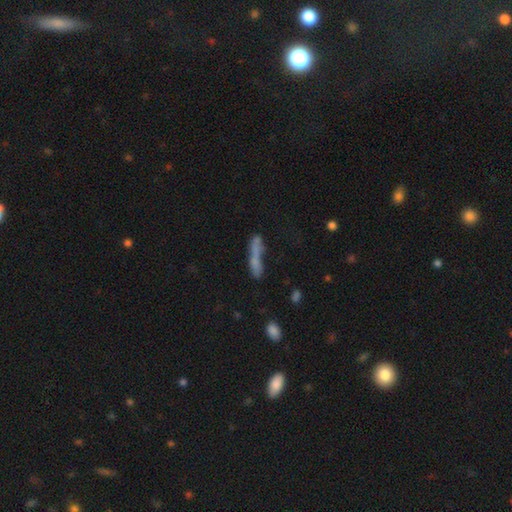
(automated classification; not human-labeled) This is likely a smooth galaxy (60%). How rounded: clearly cigar-shaped (82%). Merging: possibly none (46%).